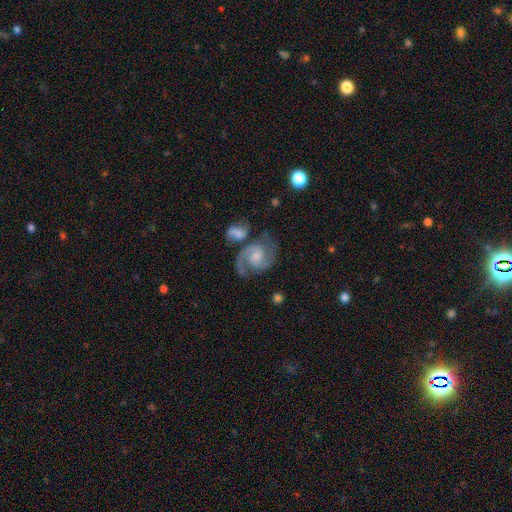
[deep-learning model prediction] This appears to be a featured or disk galaxy (87%) with no bar (56%), 2 (88%) medium (57%) spiral arms (97%) and a moderate central bulge (41%). Merging: none (53%).